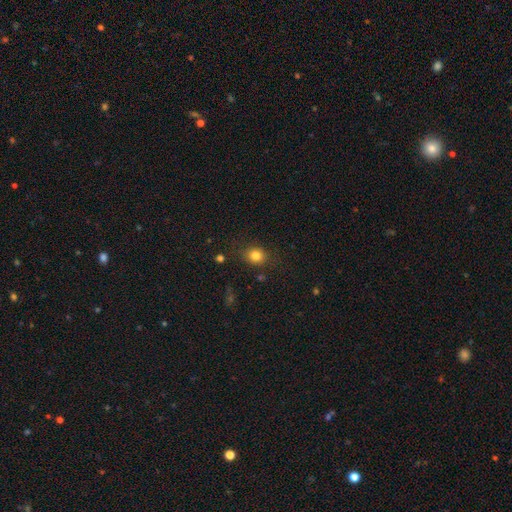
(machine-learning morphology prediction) smooth_or_featured: smooth (p=0.81) [alt: star or artifact p=0.12]
how_rounded: round (p=0.72) [alt: in between p=0.27]
merging: none (p=0.83) [alt: minor disturbance p=0.11]